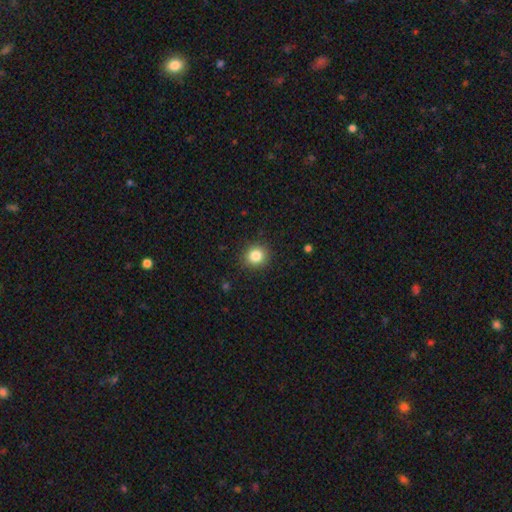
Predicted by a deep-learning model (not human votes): Smooth or featured? Predicted: smooth (p=0.84). How rounded? Predicted: round (p=0.90). Merging? Predicted: none (p=0.90).